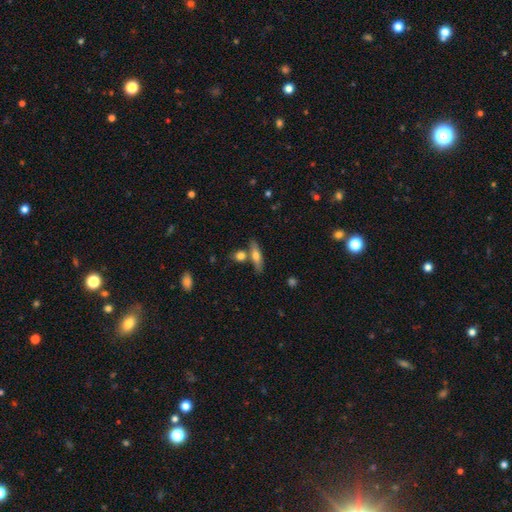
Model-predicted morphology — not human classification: The model was most divided on "how rounded": cigar-shaped: 59%, in between: 37%, round: 4%. More confident: merging — none (69%); smooth or featured — smooth (61%).